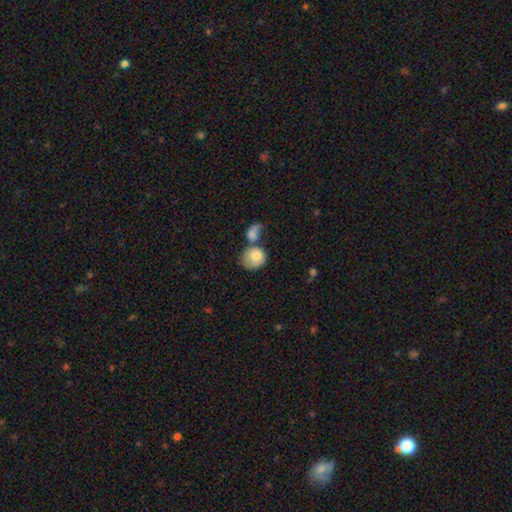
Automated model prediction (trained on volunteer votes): Smooth or featured: smooth — 77% (featured or disk — 16%)
How rounded: round — 65% (in between — 33%)
Merging: merger — 49% (none — 23%)